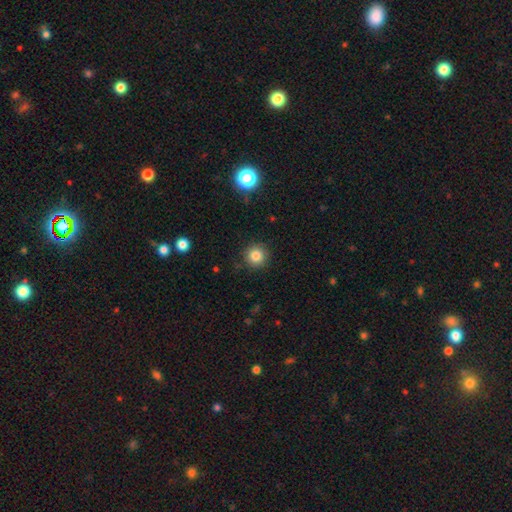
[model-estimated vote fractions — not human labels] Overall: smooth (82%). How rounded: round (95%). Merging: none (90%).